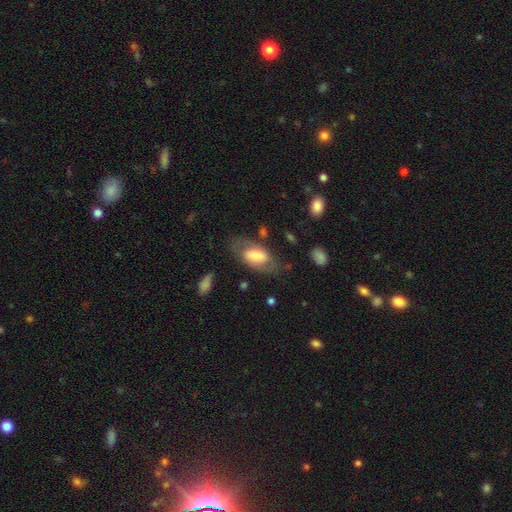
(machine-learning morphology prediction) Smooth or featured?
  - smooth: 55% *
  - featured or disk: 38%
  - star or artifact: 7%
How rounded?
  - in between: 91% *
  - round: 4%
  - cigar-shaped: 4%
Merging?
  - none: 64% *
  - minor disturbance: 20%
  - major disturbance: 13%
  - merger: 3%